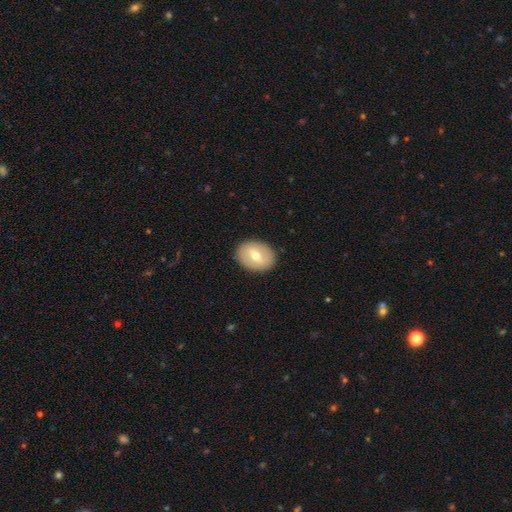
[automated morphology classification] The model was most divided on "smooth or featured": smooth: 56%, featured or disk: 38%, star or artifact: 7%. More confident: merging — none (88%); how rounded — in between (59%).